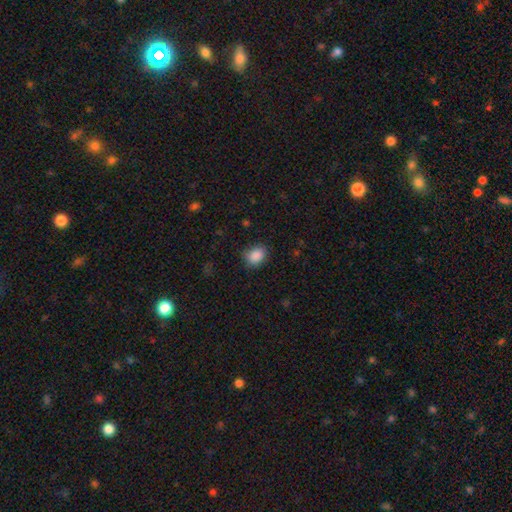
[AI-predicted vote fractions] The model was most divided on "how rounded": in between: 63%, round: 36%, cigar-shaped: 1%. More confident: smooth or featured — smooth (88%); merging — none (79%).